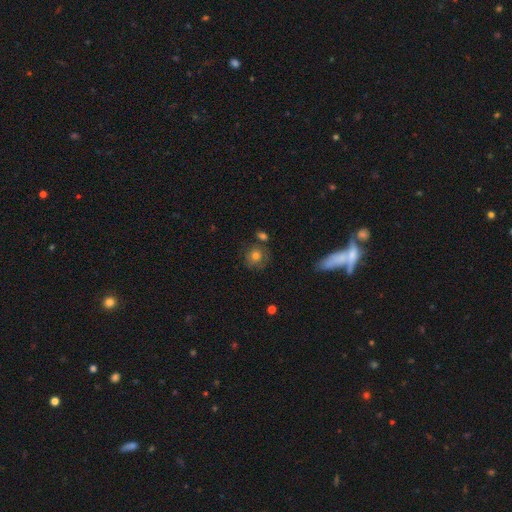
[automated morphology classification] type=smooth (61%); roundness=round (83%); merging=none (64%).